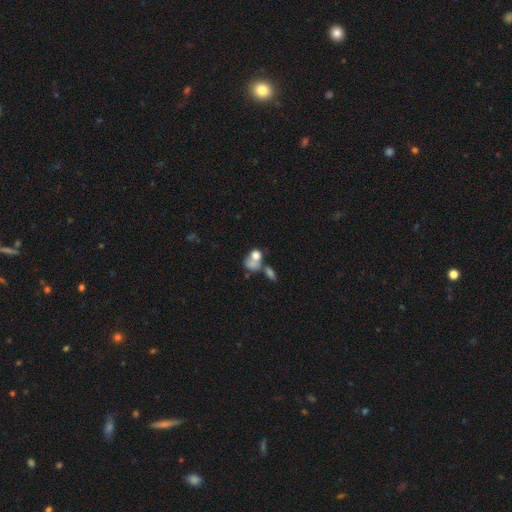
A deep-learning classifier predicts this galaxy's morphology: The model was most divided on "how rounded": in between: 54%, round: 44%, cigar-shaped: 2%. More confident: smooth or featured — smooth (68%); merging — merger (51%).